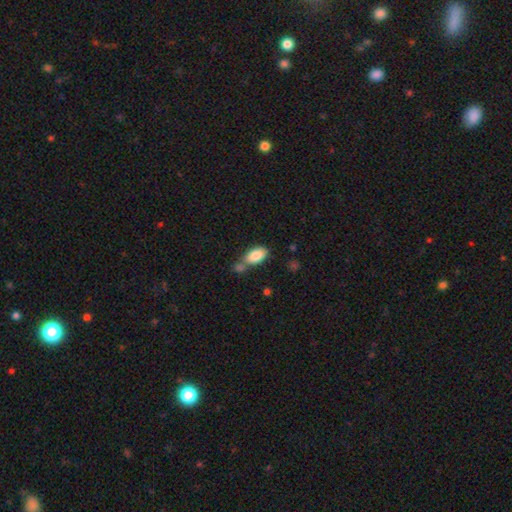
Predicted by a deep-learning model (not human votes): Q: Smooth or featured?
A: smooth (85%); runner-up: featured or disk (9%)
Q: How rounded?
A: in between (92%); runner-up: cigar-shaped (4%)
Q: Merging?
A: none (48%); runner-up: merger (33%)